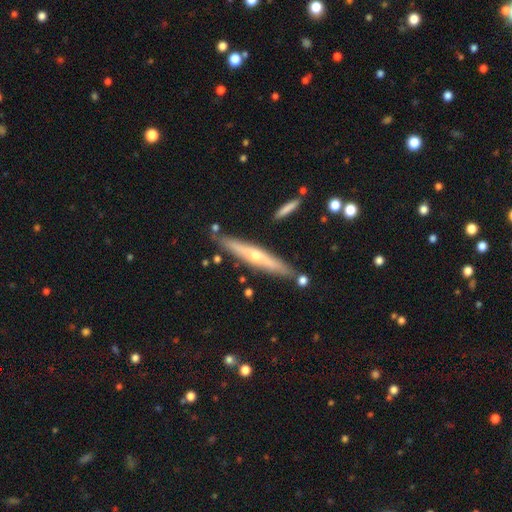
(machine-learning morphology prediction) The model was most divided on "smooth or featured": featured or disk: 61%, smooth: 33%, star or artifact: 6%. More confident: edge-on disk — yes (92%); merging — none (82%); edge-on bulge — rounded (80%).